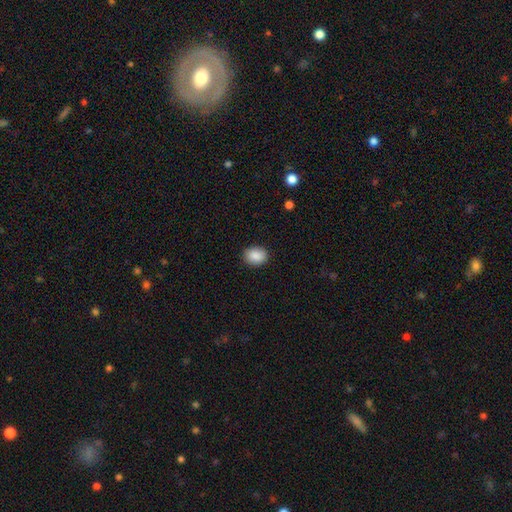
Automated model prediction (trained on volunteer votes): Smooth or featured: smooth — 89% (star or artifact — 8%)
How rounded: in between — 62% (round — 38%)
Merging: none — 89% (minor disturbance — 8%)